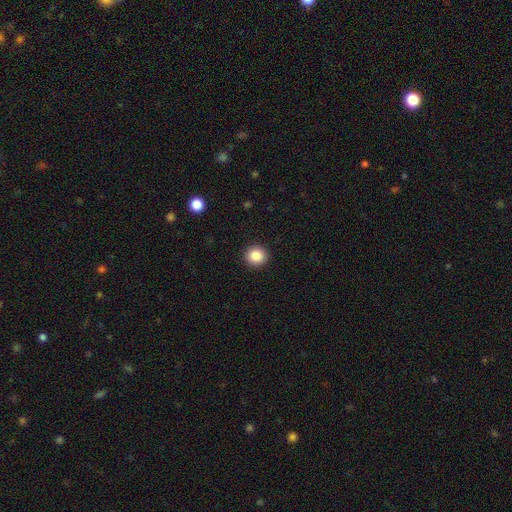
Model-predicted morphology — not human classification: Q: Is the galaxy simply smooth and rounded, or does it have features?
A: smooth — 86%.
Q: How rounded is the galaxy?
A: round — 93%.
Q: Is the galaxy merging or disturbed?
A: none — 93%.